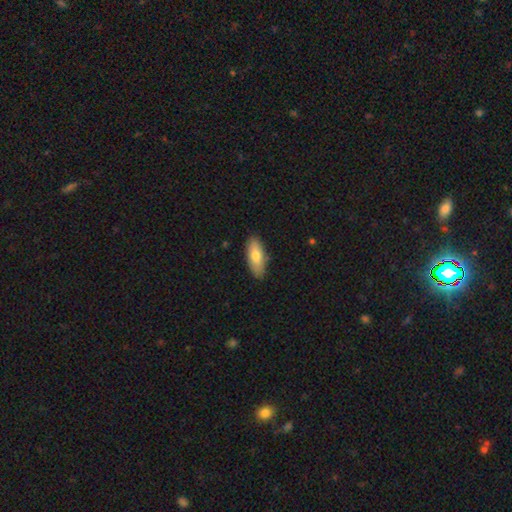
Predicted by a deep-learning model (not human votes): Smooth or featured? smooth (75%)
How rounded? in between (79%)
Merging? none (85%)